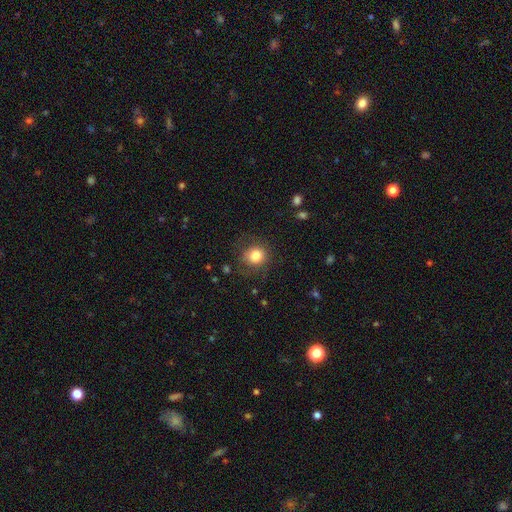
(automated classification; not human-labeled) smooth 82%, star or artifact 10%, featured or disk 8%. Down the decision tree: how rounded — round (82%); merging — none (74%).